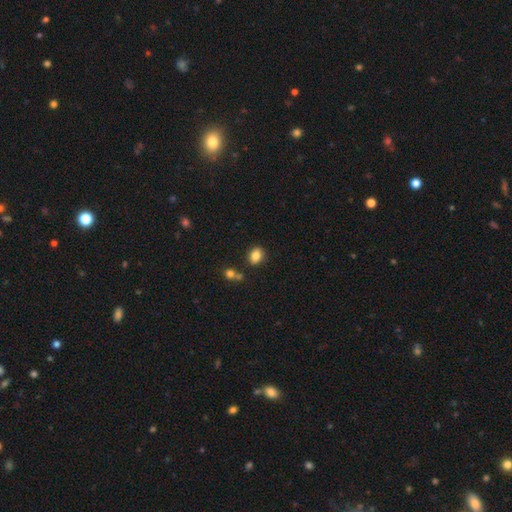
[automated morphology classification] This appears to be a smooth galaxy with no disk features (84%) that is in between round and cigar-shaped (56%). Merging: none (77%).